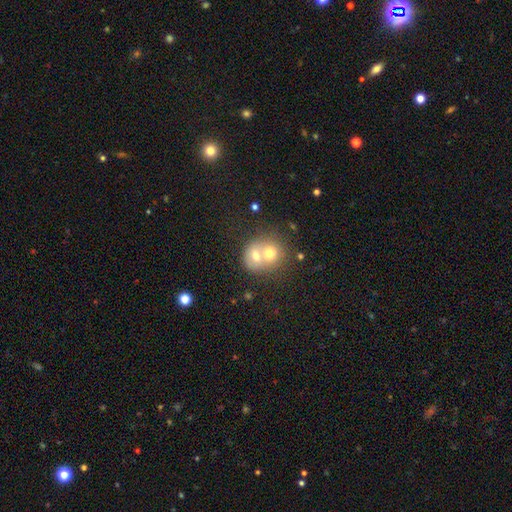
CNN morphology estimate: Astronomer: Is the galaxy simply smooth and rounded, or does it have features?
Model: smooth — 64%.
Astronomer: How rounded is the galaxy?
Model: round — 70%.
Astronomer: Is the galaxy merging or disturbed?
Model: merger — 71%.